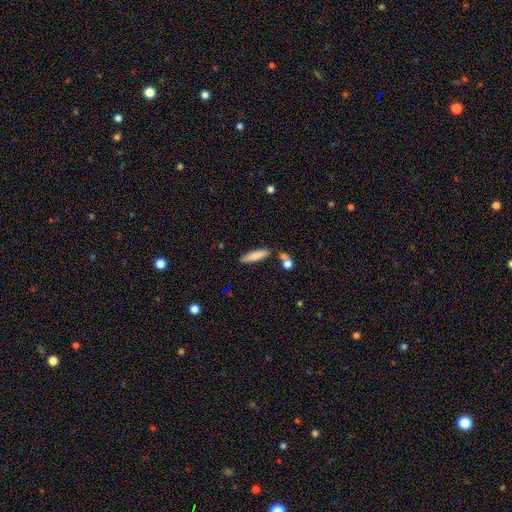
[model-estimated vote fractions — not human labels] Overall: smooth (81%). How rounded: cigar-shaped (74%). Merging: none (79%).